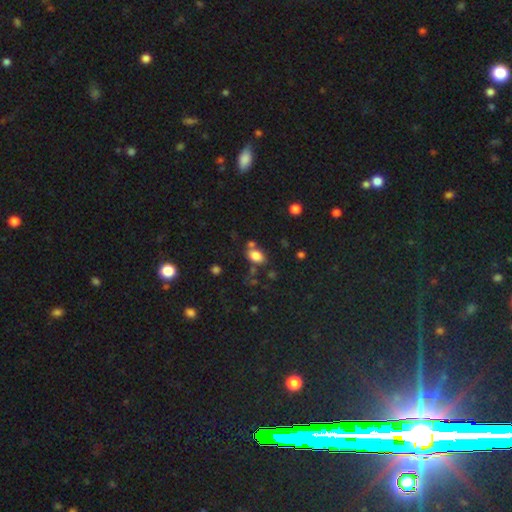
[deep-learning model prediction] A smooth galaxy with no disk features (82%) that is in between round and cigar-shaped (84%). Merging: none (62%).